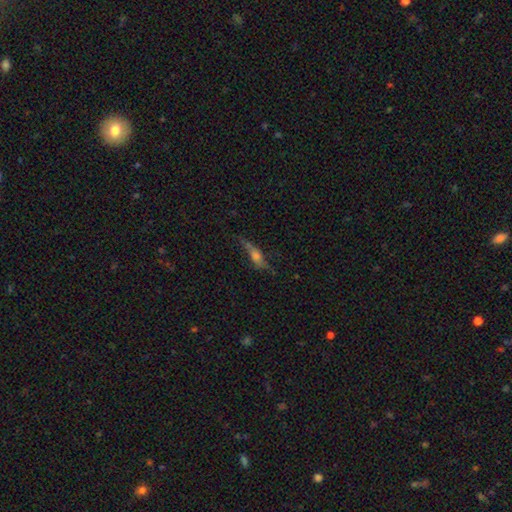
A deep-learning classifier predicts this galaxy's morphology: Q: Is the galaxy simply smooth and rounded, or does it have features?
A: featured or disk — 60%.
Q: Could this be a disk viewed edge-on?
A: yes — 80%.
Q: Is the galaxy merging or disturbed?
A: none — 67%.